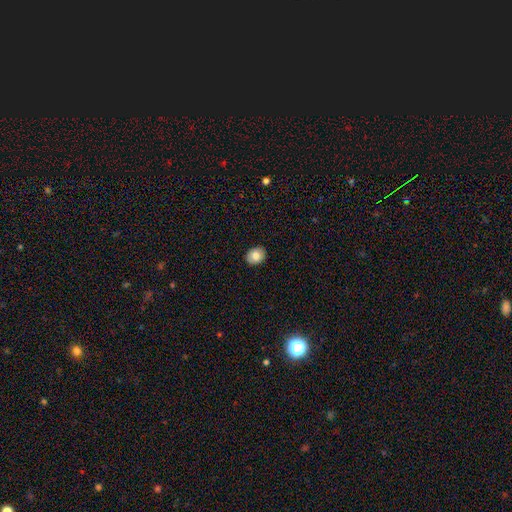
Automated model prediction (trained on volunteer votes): This is likely a smooth galaxy (78%). How rounded: possibly in between (50%). Merging: clearly none (90%).